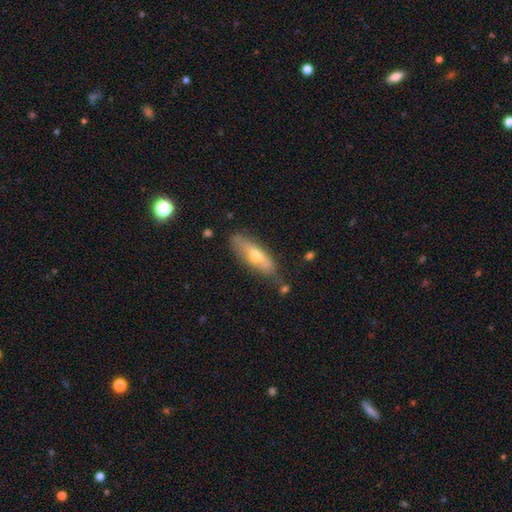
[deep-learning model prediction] A smooth galaxy with no disk features (51%) that is cigar-shaped (53%).

Vote fractions:
- Smooth or featured? smooth: 51% / featured or disk: 42% / star or artifact: 7%
- How rounded? cigar-shaped: 53% / in between: 44% / round: 2%
- Merging? none: 73% / minor disturbance: 20% / major disturbance: 4% / merger: 3%